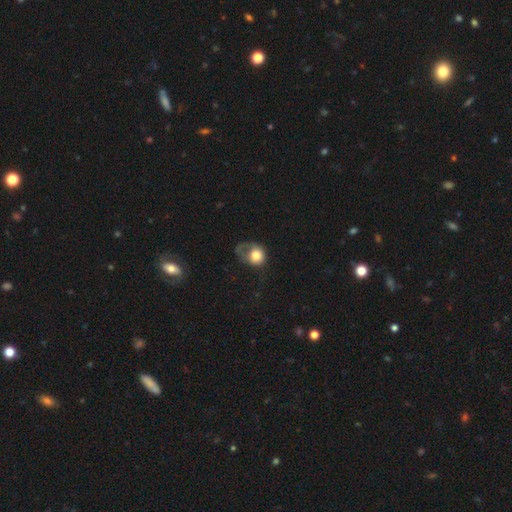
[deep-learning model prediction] This appears to be a smooth galaxy with no disk features (70%) that is round (68%). Merging: major disturbance (52%).